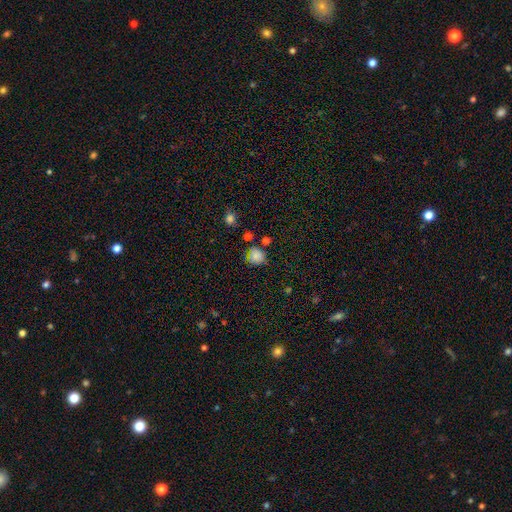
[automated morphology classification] Overall: smooth (82%). How rounded: round (84%). Merging: none (71%).